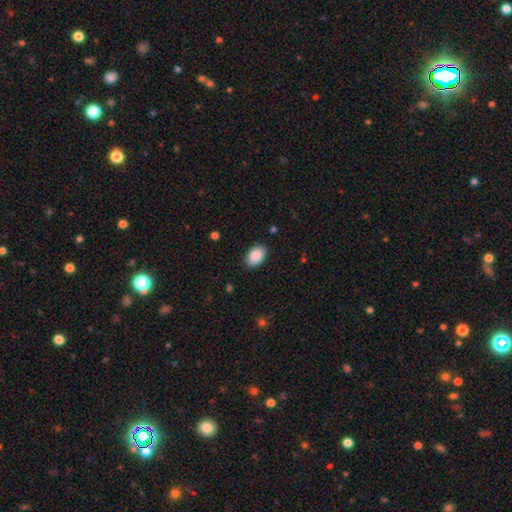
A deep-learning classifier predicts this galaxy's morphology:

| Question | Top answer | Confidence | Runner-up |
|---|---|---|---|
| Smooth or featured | smooth | 90% | star or artifact (7%) |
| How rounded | in between | 89% | round (10%) |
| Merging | none | 87% | minor disturbance (9%) |